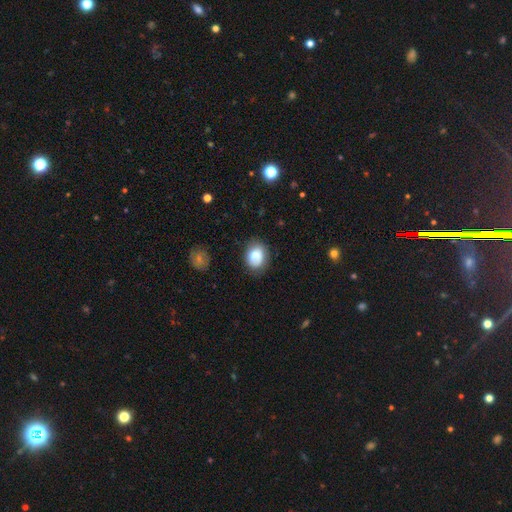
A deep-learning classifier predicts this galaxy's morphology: type=smooth (77%); roundness=in between (58%); merging=none (69%).